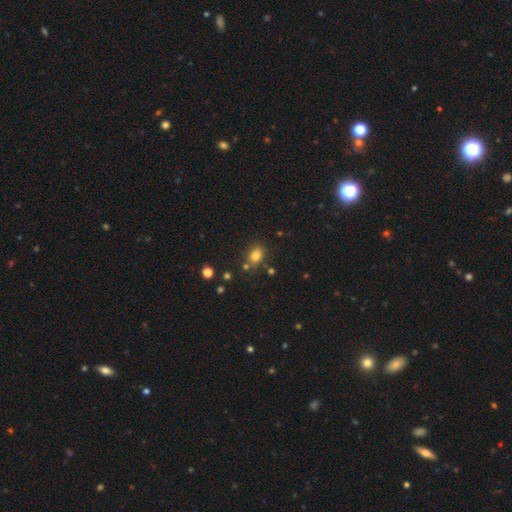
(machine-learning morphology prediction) smooth 80%, star or artifact 13%, featured or disk 8%. Down the decision tree: how rounded — in between (66%); merging — none (74%).